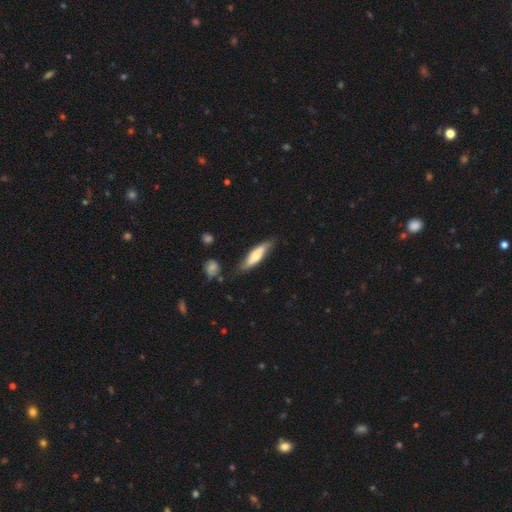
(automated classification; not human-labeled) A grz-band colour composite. It shows a smooth galaxy with no disk features (57%) that is cigar-shaped (62%). Merging: none (76%).